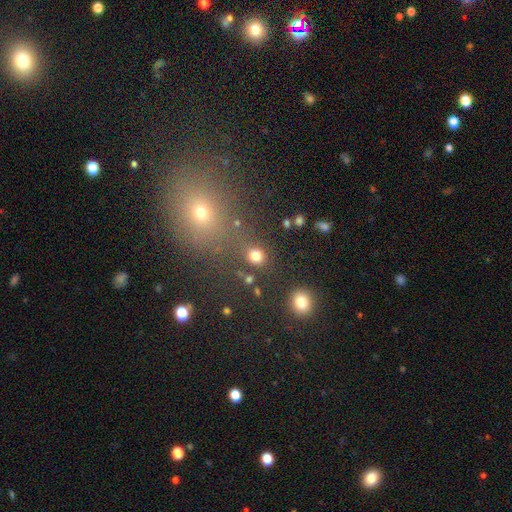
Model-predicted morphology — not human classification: The model was most divided on "how rounded": round: 80%, in between: 19%, cigar-shaped: 1%. More confident: smooth or featured — smooth (80%); merging — none (77%).